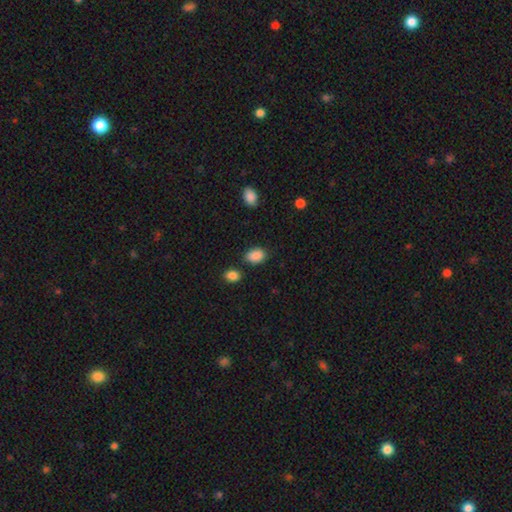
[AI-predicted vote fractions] Smooth or featured? smooth (88%)
How rounded? in between (82%)
Merging? none (76%)